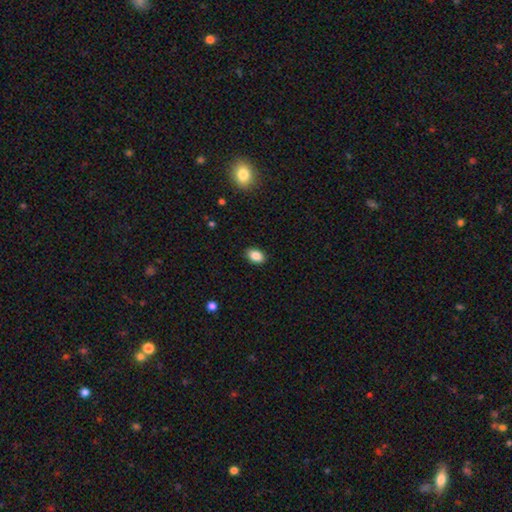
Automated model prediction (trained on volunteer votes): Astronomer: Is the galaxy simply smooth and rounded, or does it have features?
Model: smooth — 87%.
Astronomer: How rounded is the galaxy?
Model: in between — 83%.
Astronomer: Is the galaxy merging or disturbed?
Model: none — 89%.